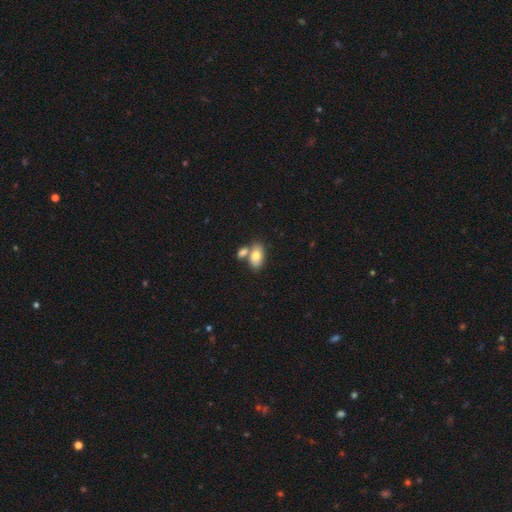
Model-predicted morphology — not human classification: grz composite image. It shows a smooth galaxy with no disk features (78%) that is in between round and cigar-shaped (90%). Merging: none (46%).